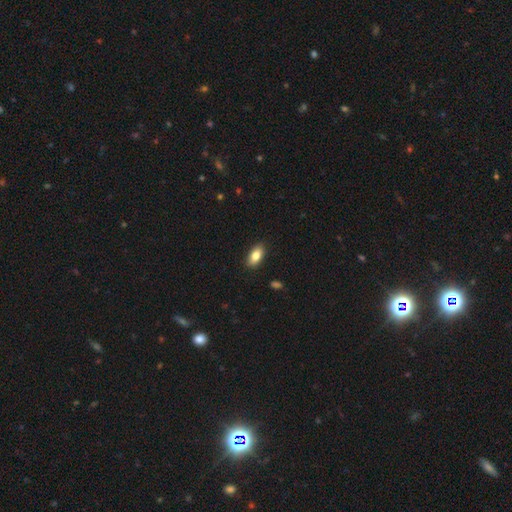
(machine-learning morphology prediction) Smooth or featured: smooth — 83% (featured or disk — 10%)
How rounded: in between — 90% (cigar-shaped — 6%)
Merging: none — 89% (minor disturbance — 8%)